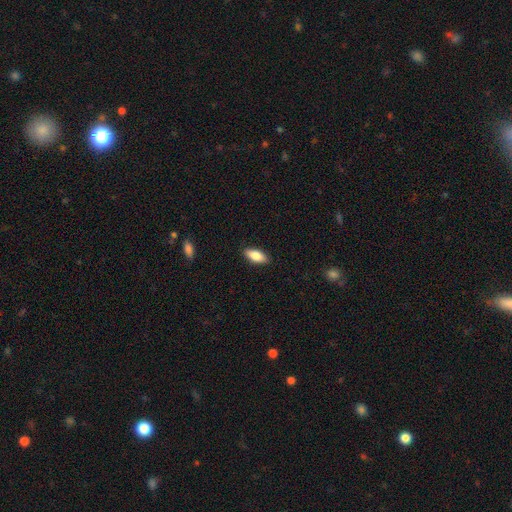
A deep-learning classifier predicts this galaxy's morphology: smooth_or_featured: smooth (p=0.81) [alt: featured or disk p=0.13]
how_rounded: in between (p=0.84) [alt: cigar-shaped p=0.14]
merging: none (p=0.88) [alt: minor disturbance p=0.09]